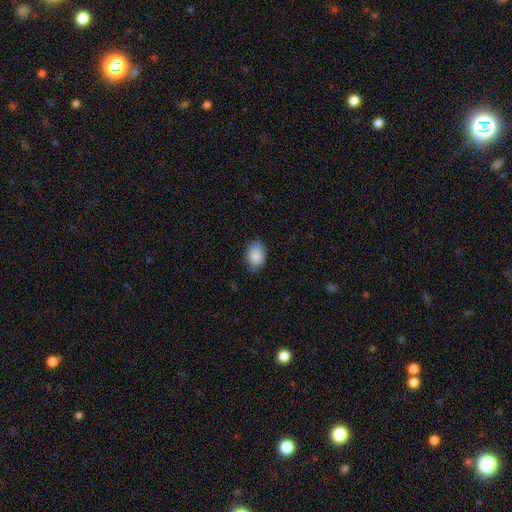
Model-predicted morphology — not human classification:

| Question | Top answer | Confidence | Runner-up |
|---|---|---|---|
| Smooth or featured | smooth | 89% | star or artifact (7%) |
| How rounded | in between | 80% | round (19%) |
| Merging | none | 74% | minor disturbance (21%) |